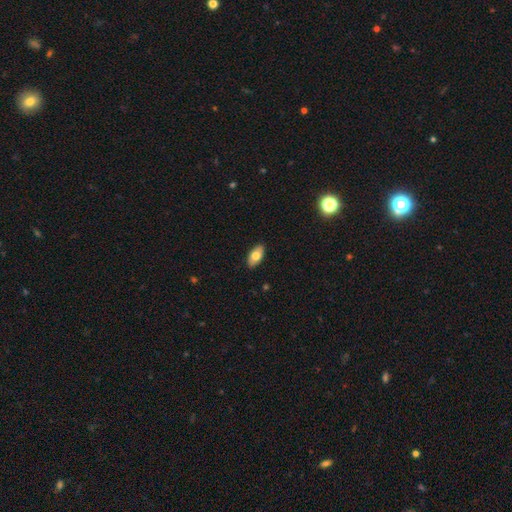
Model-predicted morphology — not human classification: The model was most divided on "smooth or featured": smooth: 75%, featured or disk: 19%, star or artifact: 6%. More confident: how rounded — in between (92%); merging — none (89%).